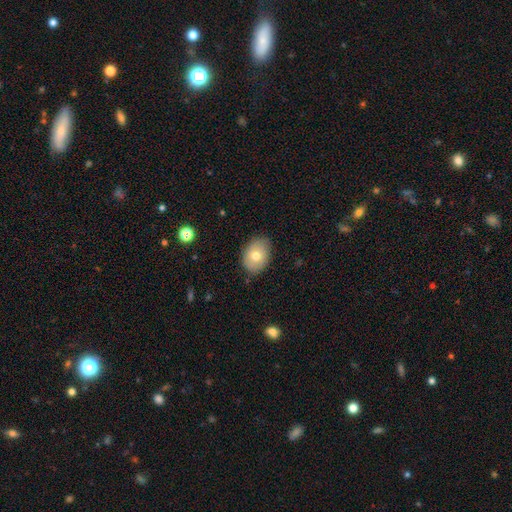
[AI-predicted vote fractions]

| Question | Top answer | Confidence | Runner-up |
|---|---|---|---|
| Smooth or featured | smooth | 74% | featured or disk (19%) |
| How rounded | in between | 75% | round (24%) |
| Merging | none | 80% | minor disturbance (16%) |